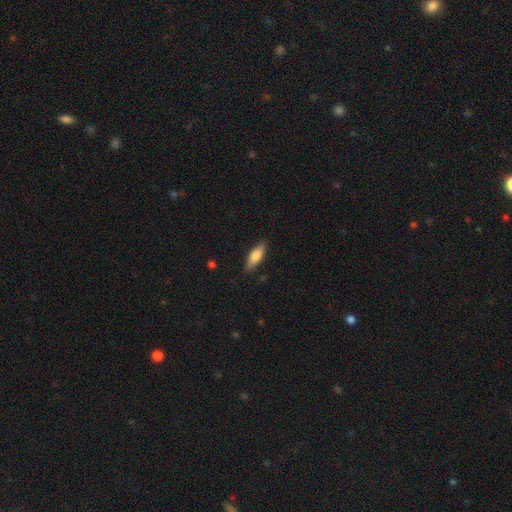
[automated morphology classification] smooth 68%, featured or disk 25%, star or artifact 6%. Down the decision tree: how rounded — in between (58%); merging — none (85%).